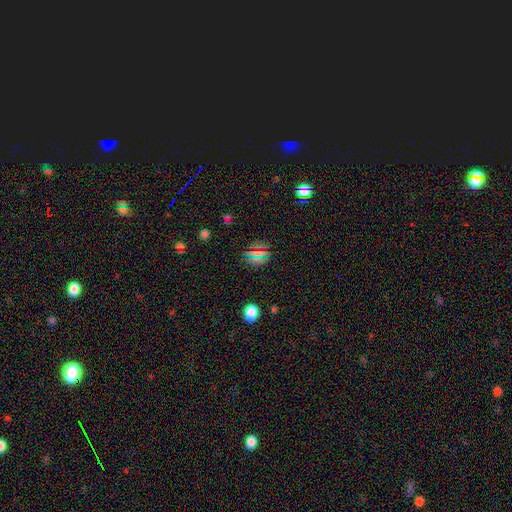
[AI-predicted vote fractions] smooth-or-featured: star or artifact: 50% | smooth: 39% | featured or disk: 11%